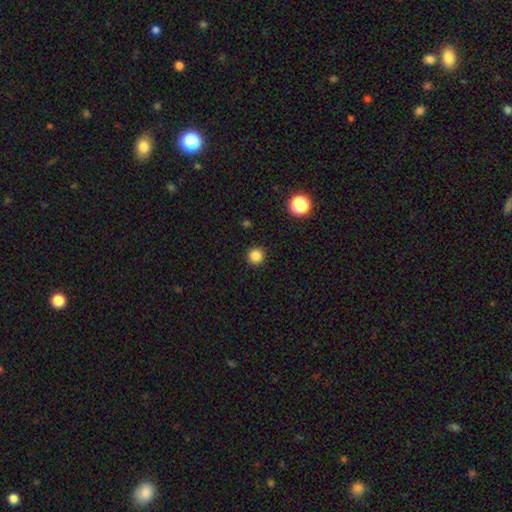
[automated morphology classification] Smooth or featured? Predicted: smooth (p=0.85). How rounded? Predicted: round (p=0.95). Merging? Predicted: none (p=0.93).